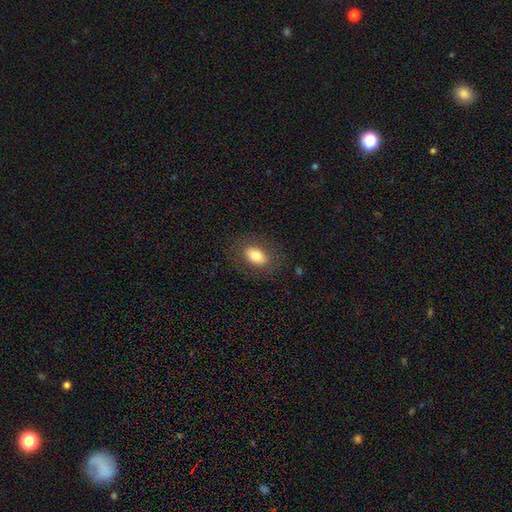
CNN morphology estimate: Overall: smooth (77%). How rounded: in between (84%). Merging: none (82%).